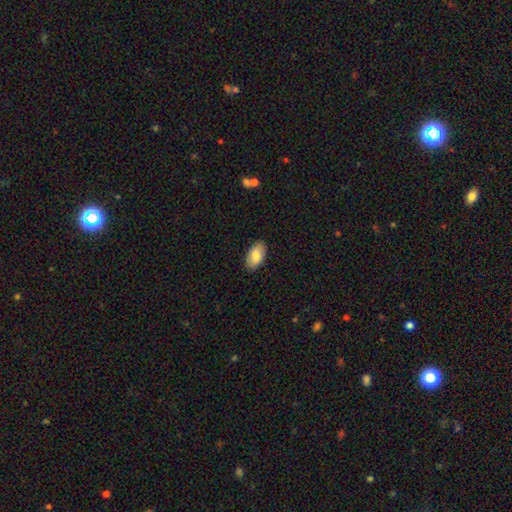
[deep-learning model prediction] A smooth galaxy with no disk features (84%) that is in between round and cigar-shaped (95%). Merging: none (88%).